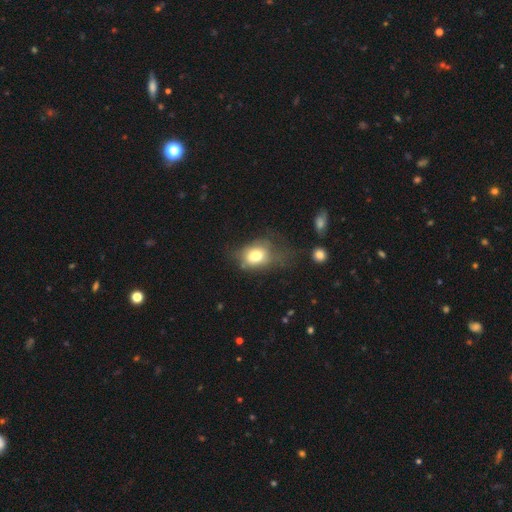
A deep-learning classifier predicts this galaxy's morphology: Q: Smooth or featured?
A: smooth (75%); runner-up: featured or disk (16%)
Q: How rounded?
A: in between (65%); runner-up: round (34%)
Q: Merging?
A: none (38%); runner-up: minor disturbance (30%)